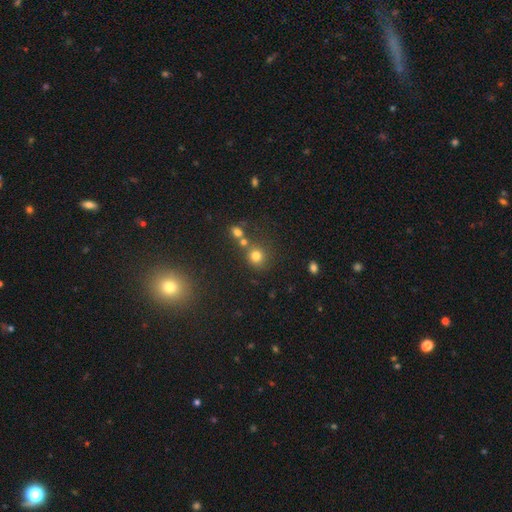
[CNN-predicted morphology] Smooth or featured? Predicted: smooth (p=0.74). How rounded? Predicted: round (p=0.86). Merging? Predicted: none (p=0.65).